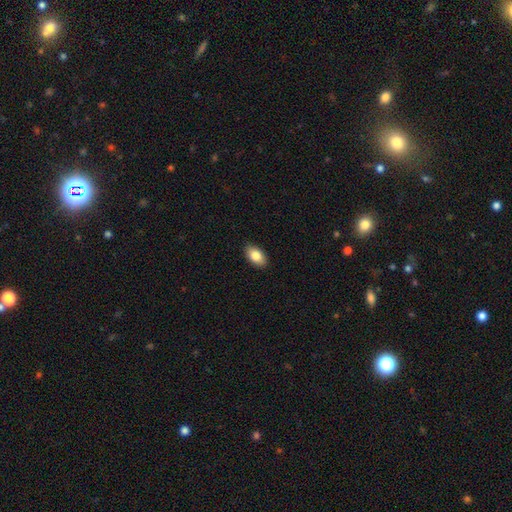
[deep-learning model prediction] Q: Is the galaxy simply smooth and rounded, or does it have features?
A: smooth — 85%.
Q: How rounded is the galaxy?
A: in between — 93%.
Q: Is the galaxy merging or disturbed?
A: none — 90%.